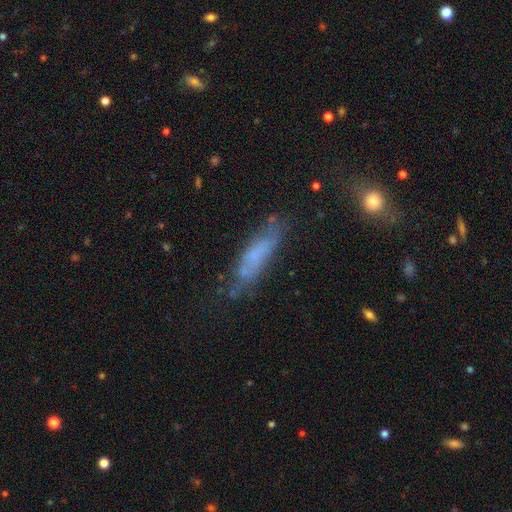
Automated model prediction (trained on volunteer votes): A smooth galaxy with no disk features (52%) that is cigar-shaped (67%).

Vote fractions:
- Smooth or featured? smooth: 52% / featured or disk: 37% / star or artifact: 11%
- How rounded? cigar-shaped: 67% / in between: 31% / round: 2%
- Merging? none: 54% / minor disturbance: 26% / major disturbance: 14% / merger: 6%